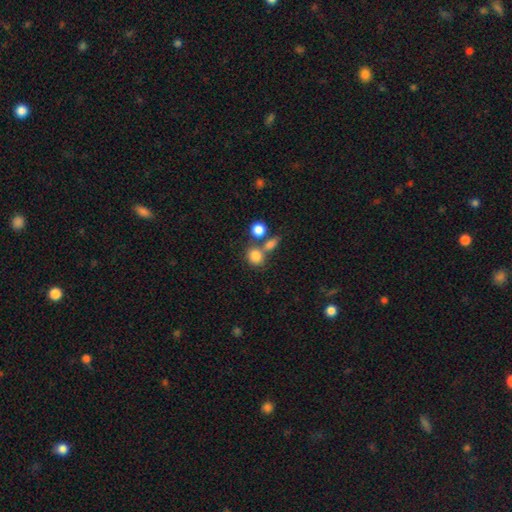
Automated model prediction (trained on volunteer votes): Q: Smooth or featured?
A: smooth (80%); runner-up: star or artifact (11%)
Q: How rounded?
A: round (69%); runner-up: in between (29%)
Q: Merging?
A: none (49%); runner-up: merger (36%)